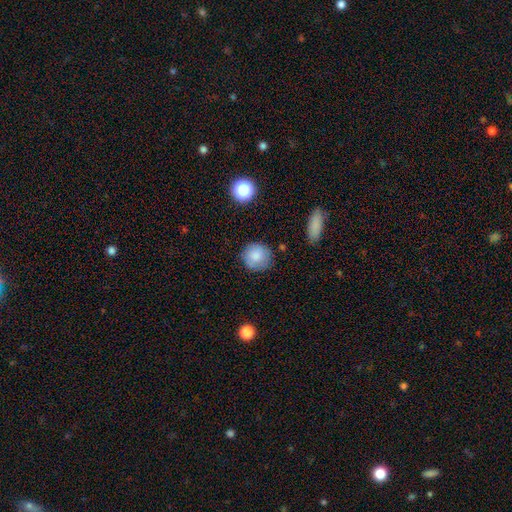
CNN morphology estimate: type=smooth (82%); roundness=round (92%); merging=none (80%).